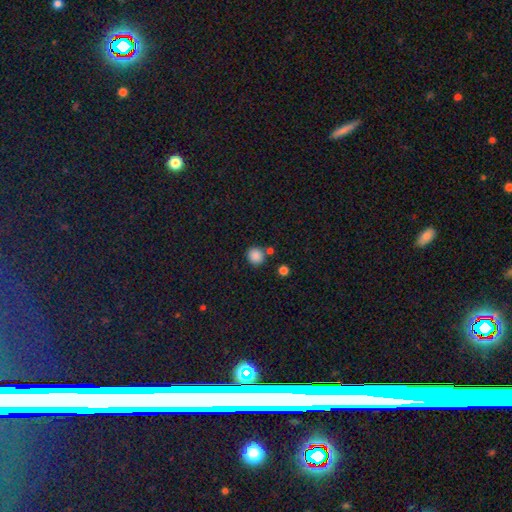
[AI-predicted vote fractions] Overall: smooth (86%). How rounded: round (87%). Merging: none (76%).